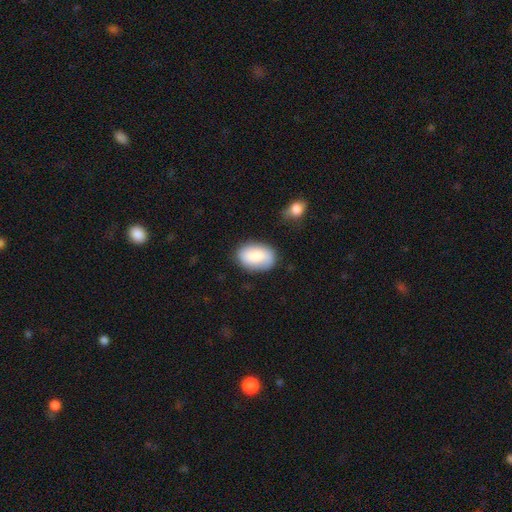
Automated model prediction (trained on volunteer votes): Smooth or featured?
  - smooth: 80% *
  - featured or disk: 14%
  - star or artifact: 6%
How rounded?
  - in between: 86% *
  - round: 13%
  - cigar-shaped: 1%
Merging?
  - none: 80% *
  - minor disturbance: 14%
  - major disturbance: 3%
  - merger: 2%